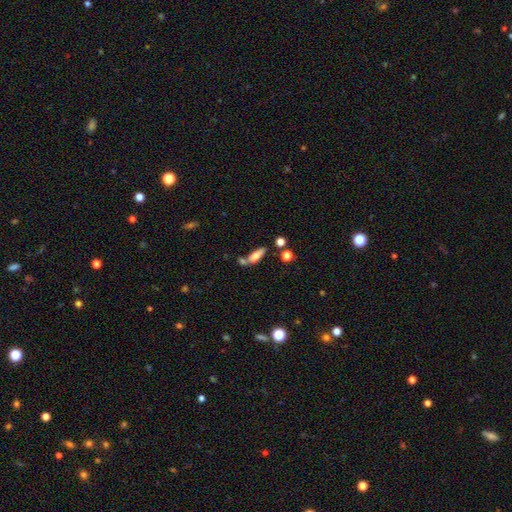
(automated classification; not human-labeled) Q: Smooth or featured?
A: smooth (63%); runner-up: featured or disk (28%)
Q: How rounded?
A: in between (55%); runner-up: cigar-shaped (41%)
Q: Merging?
A: none (51%); runner-up: merger (26%)